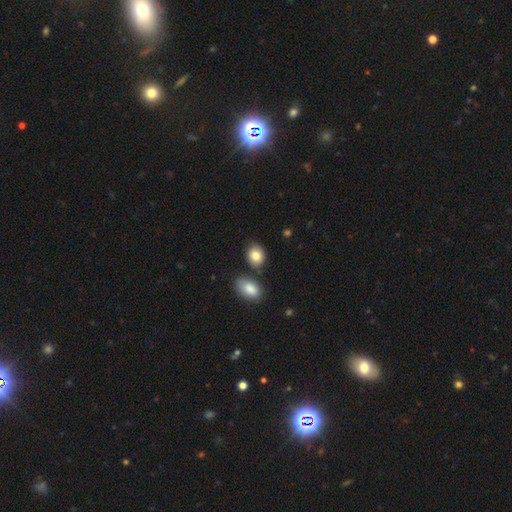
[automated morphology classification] smooth 85%, featured or disk 8%, star or artifact 7%. Down the decision tree: how rounded — in between (58%); merging — none (71%).